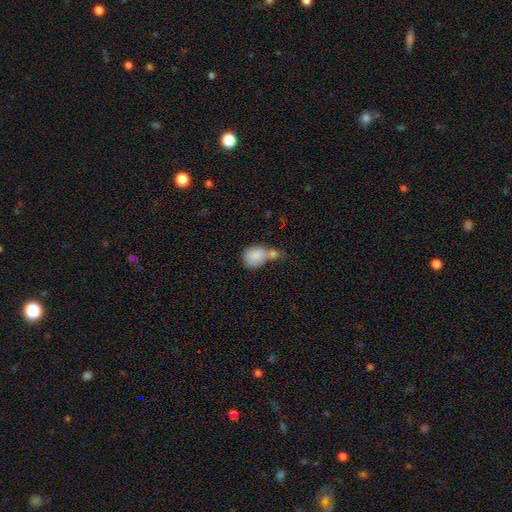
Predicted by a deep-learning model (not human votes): A smooth galaxy with no disk features (85%) that is round (60%).

Vote fractions:
- Smooth or featured? smooth: 85% / featured or disk: 8% / star or artifact: 7%
- How rounded? round: 60% / in between: 39% / cigar-shaped: 1%
- Merging? merger: 50% / none: 30% / minor disturbance: 13% / major disturbance: 7%